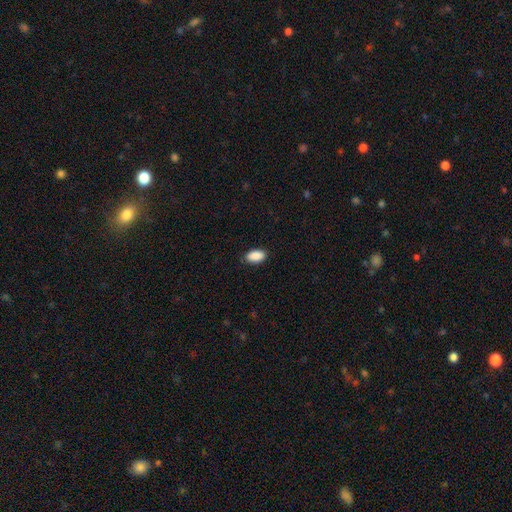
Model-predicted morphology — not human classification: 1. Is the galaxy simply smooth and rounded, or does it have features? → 90% smooth, 7% star or artifact, 3% featured or disk.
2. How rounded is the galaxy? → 94% in between, 4% round, 2% cigar-shaped.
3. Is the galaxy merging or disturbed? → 86% none, 11% minor disturbance, 2% major disturbance, 1% merger.